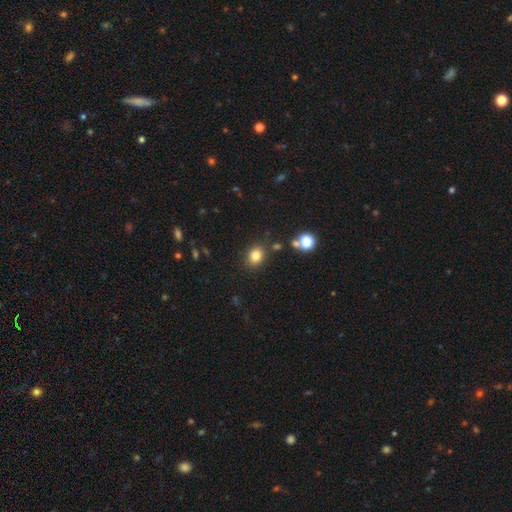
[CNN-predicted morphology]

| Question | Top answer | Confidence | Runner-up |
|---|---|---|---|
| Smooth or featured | smooth | 81% | star or artifact (13%) |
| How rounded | round | 53% | in between (46%) |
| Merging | none | 83% | minor disturbance (10%) |